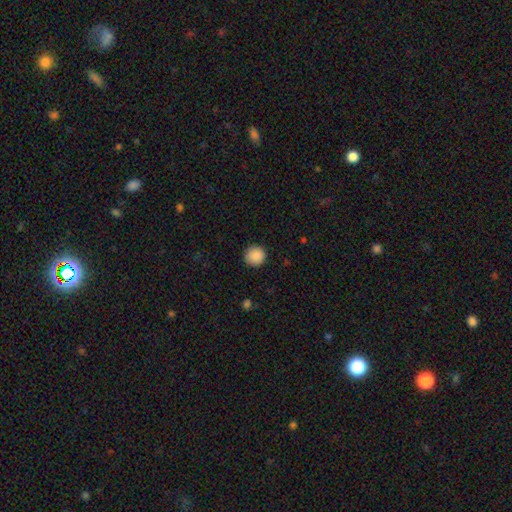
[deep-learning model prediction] Smooth or featured: smooth — 89% (star or artifact — 8%)
How rounded: round — 95% (in between — 4%)
Merging: none — 91% (minor disturbance — 6%)